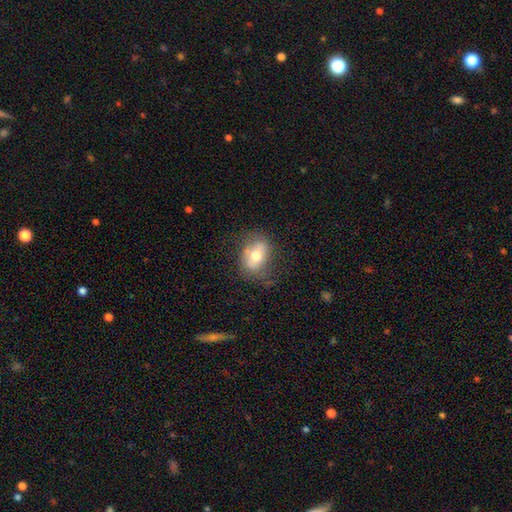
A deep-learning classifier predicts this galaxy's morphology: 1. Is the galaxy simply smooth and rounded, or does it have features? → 61% smooth, 31% featured or disk, 8% star or artifact.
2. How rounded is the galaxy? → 72% in between, 26% round, 2% cigar-shaped.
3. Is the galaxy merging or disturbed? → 66% none, 22% minor disturbance, 9% major disturbance, 2% merger.